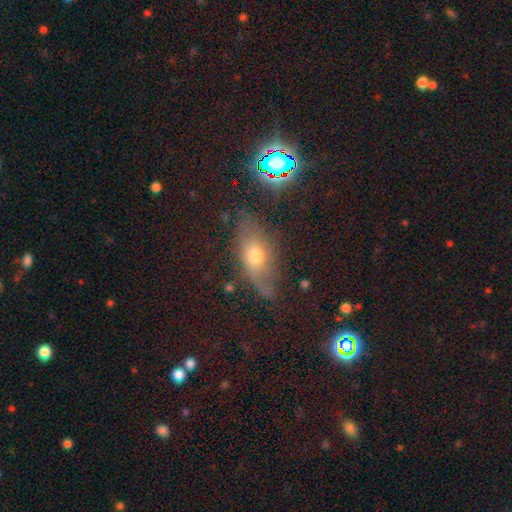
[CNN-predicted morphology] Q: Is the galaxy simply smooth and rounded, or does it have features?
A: smooth — 48%.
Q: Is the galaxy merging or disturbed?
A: none — 66%.